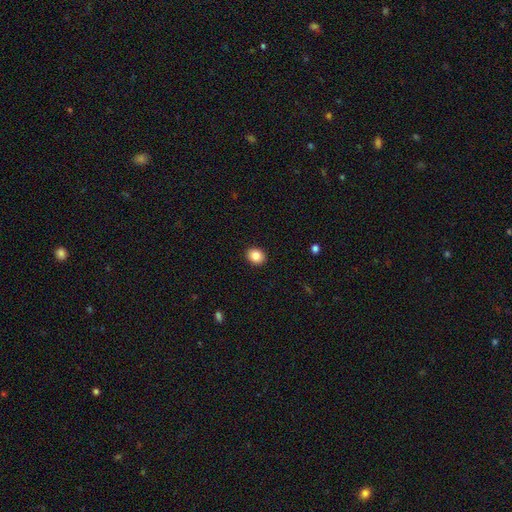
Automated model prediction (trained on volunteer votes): Smooth or featured?
  - smooth: 86% *
  - star or artifact: 9%
  - featured or disk: 5%
How rounded?
  - round: 64% *
  - in between: 35%
  - cigar-shaped: 1%
Merging?
  - none: 92% *
  - minor disturbance: 6%
  - major disturbance: 2%
  - merger: 1%